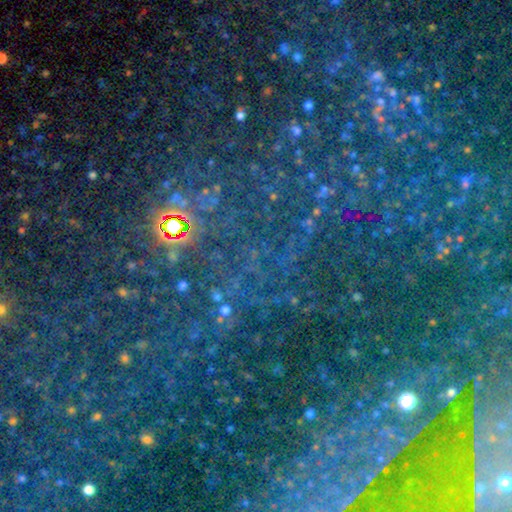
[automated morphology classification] Smooth or featured? Predicted: star or artifact (p=0.80).